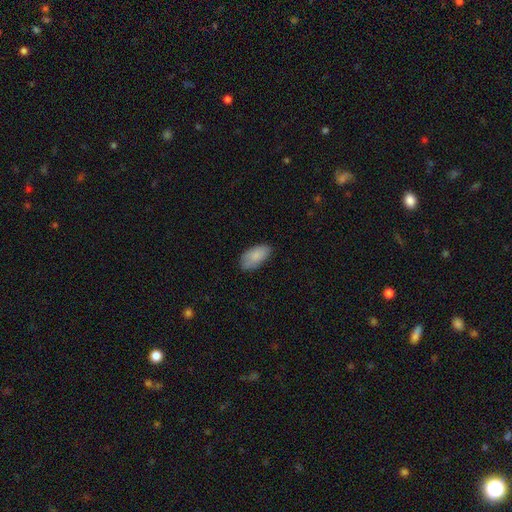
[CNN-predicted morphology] Smooth or featured? Predicted: smooth (p=0.86). How rounded? Predicted: in between (p=0.94). Merging? Predicted: none (p=0.79).